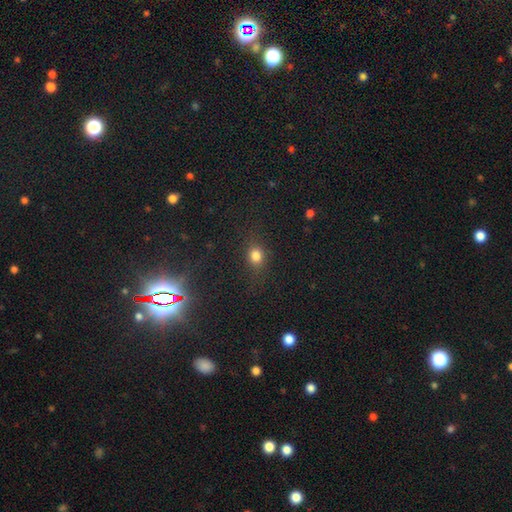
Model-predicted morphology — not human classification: Smooth or featured? Predicted: smooth (p=0.76). How rounded? Predicted: round (p=0.65). Merging? Predicted: none (p=0.80).